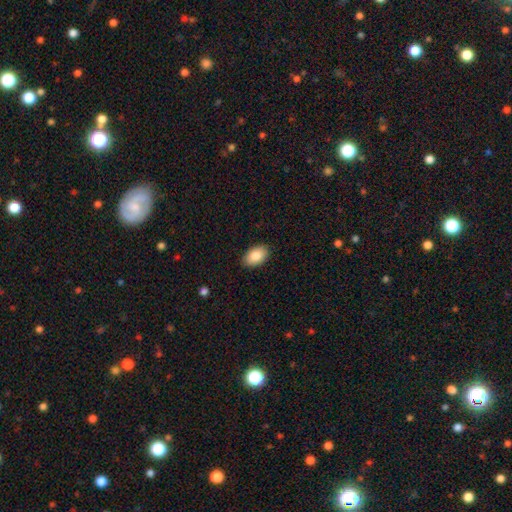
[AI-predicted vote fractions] The model was most divided on "smooth or featured": smooth: 86%, featured or disk: 8%, star or artifact: 7%. More confident: how rounded — in between (93%); merging — none (88%).